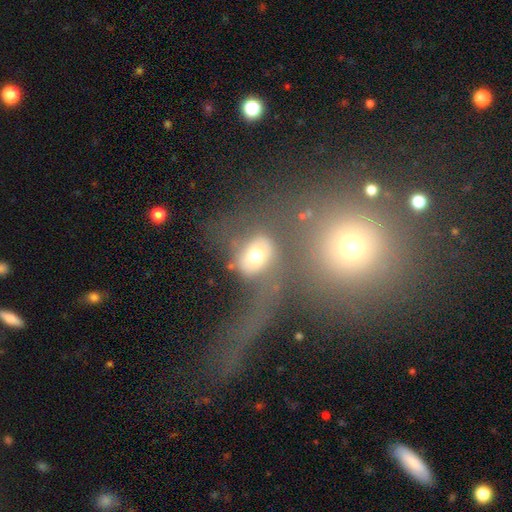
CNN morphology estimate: smooth 57%, featured or disk 30%, star or artifact 12%. Down the decision tree: how rounded — in between (57%); merging — merger (32%).